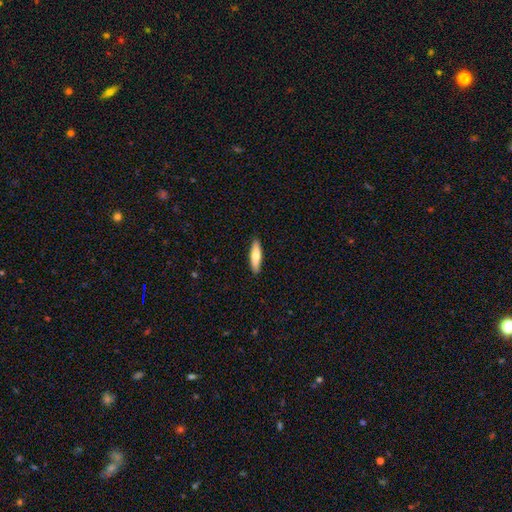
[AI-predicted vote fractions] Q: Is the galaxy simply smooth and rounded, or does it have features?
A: smooth — 68%.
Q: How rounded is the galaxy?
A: cigar-shaped — 70%.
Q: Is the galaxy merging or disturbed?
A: none — 90%.